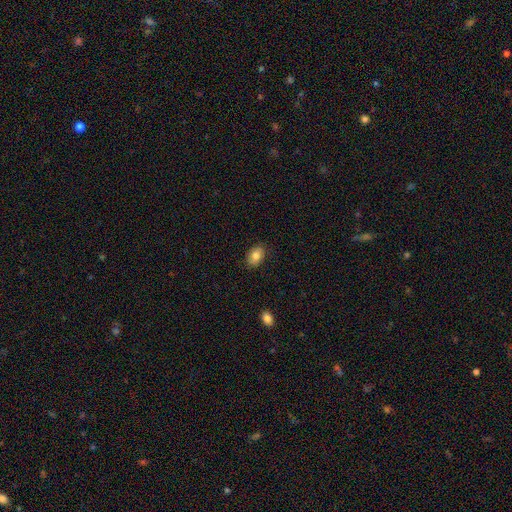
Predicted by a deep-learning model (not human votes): Morphology: type=smooth (82%); roundness=in between (80%); merging=none (86%).